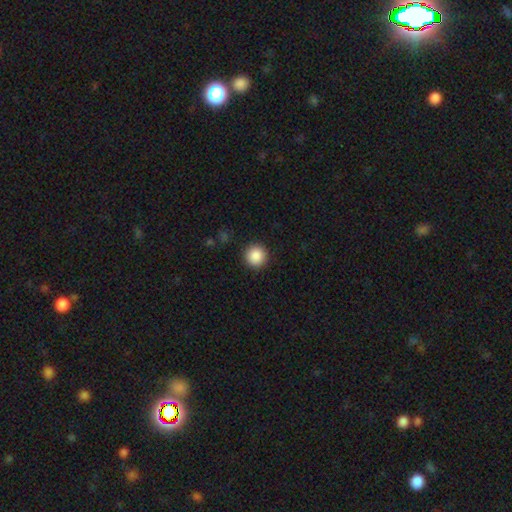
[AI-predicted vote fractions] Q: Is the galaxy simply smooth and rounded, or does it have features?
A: smooth — 88%.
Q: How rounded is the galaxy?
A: round — 95%.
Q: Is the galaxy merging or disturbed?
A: none — 92%.